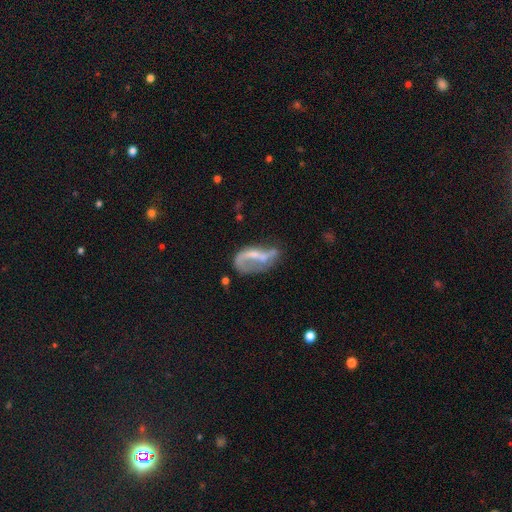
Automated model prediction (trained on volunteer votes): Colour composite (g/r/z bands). It shows a featured or disk galaxy (67%) with no bar (46%), spiral arms (61%) and a small central bulge (40%). Merging: major disturbance (36%).